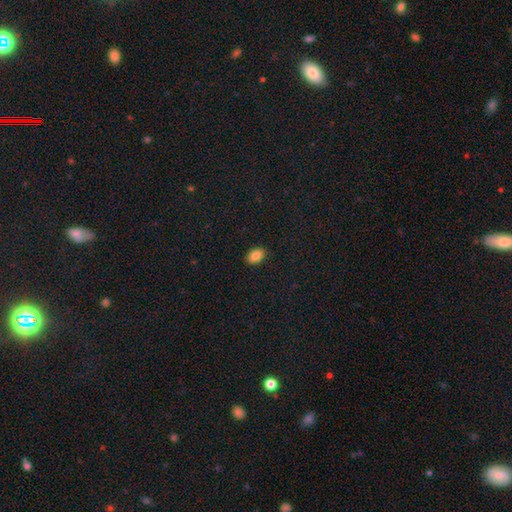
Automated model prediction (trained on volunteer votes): Overall: smooth (85%). How rounded: in between (86%). Merging: none (89%).